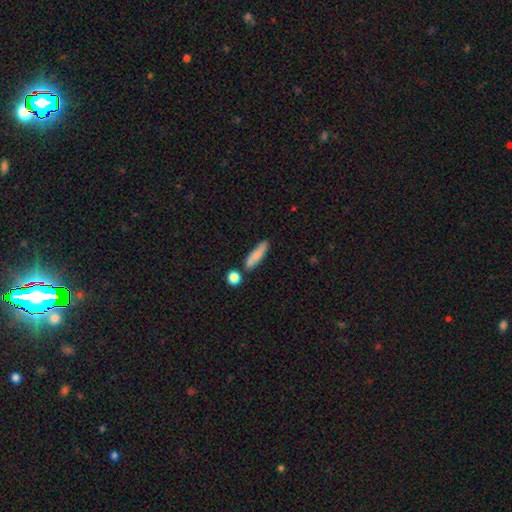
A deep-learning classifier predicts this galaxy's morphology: This is likely a smooth galaxy (78%). How rounded: likely cigar-shaped (73%). Merging: likely none (75%).